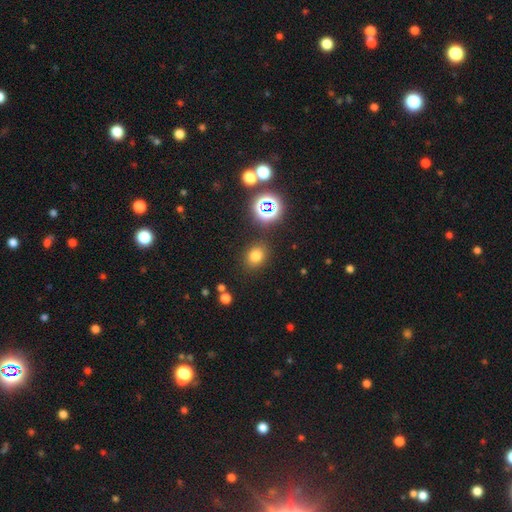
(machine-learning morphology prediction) A smooth galaxy with no disk features (74%) that is round (59%). Merging: none (84%).